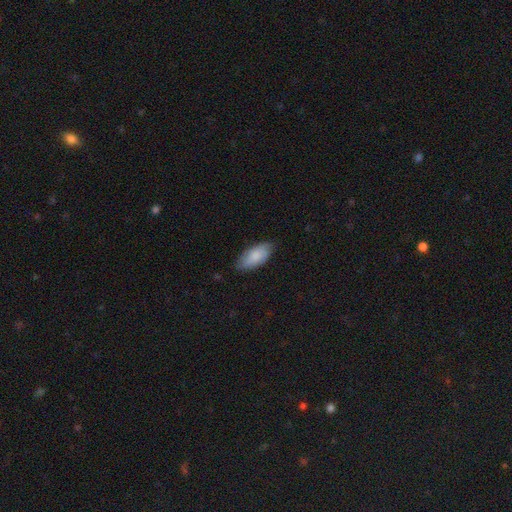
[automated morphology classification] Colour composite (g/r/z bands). It shows a smooth galaxy with no disk features (82%) that is in between round and cigar-shaped (90%). Merging: none (79%).